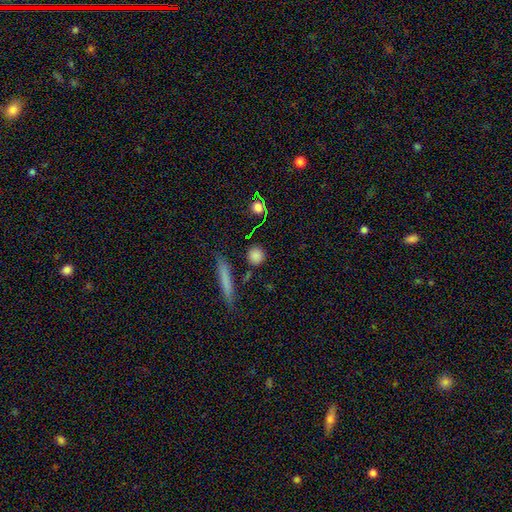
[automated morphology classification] This appears to be a smooth galaxy with no disk features (80%) that is round (87%). Merging: none (85%).